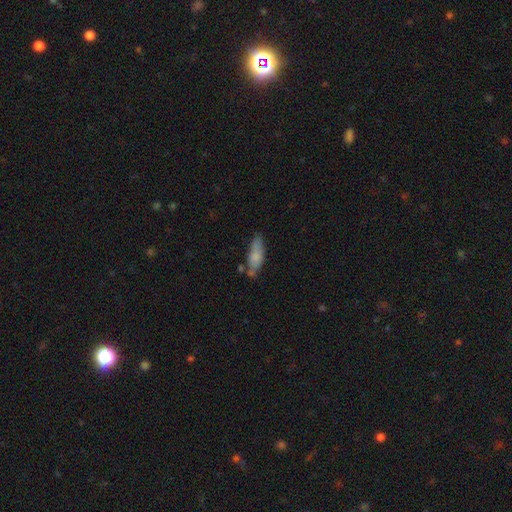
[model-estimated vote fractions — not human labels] Smooth or featured: smooth — 77% (featured or disk — 17%)
How rounded: in between — 61% (cigar-shaped — 37%)
Merging: none — 59% (minor disturbance — 24%)